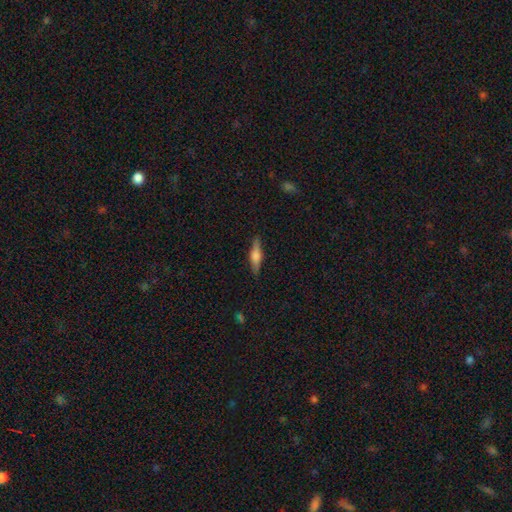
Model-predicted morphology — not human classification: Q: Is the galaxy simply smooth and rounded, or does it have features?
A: featured or disk — 50%.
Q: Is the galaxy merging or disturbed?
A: none — 87%.